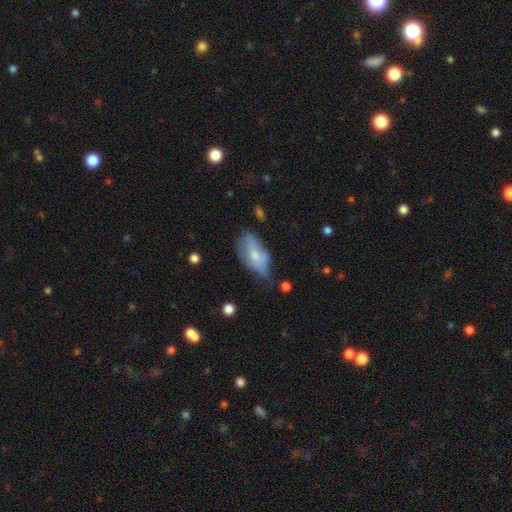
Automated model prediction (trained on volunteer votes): This appears to be a smooth galaxy with no disk features (61%) that is in between round and cigar-shaped (90%). Merging: none (45%).